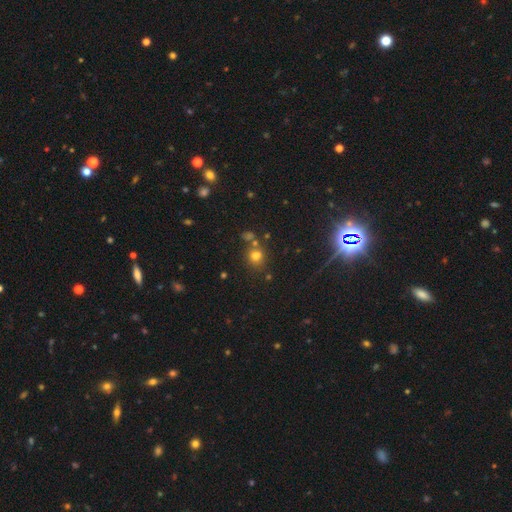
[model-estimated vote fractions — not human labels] Morphology: type=smooth (73%); roundness=round (80%); merging=none (68%).